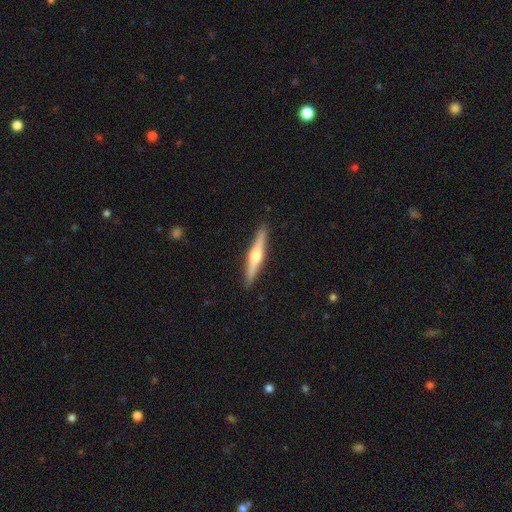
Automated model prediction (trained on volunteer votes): Smooth or featured: featured or disk — 68% (smooth — 27%)
Edge-on disk: yes — 98% (no — 2%)
Edge-on bulge: rounded — 92% (boxy — 4%)
Merging: none — 91% (minor disturbance — 6%)